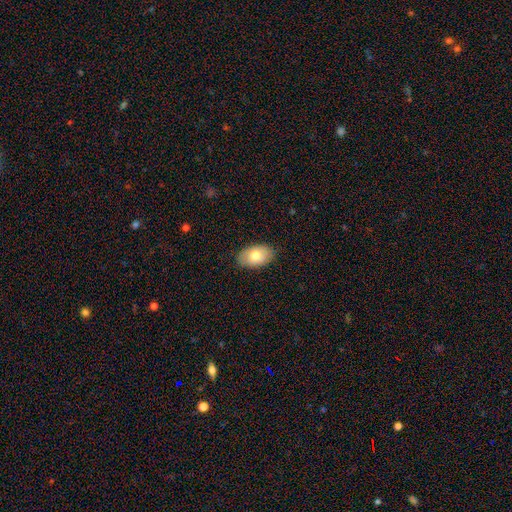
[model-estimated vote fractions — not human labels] smooth-or-featured: smooth: 75% | featured or disk: 19% | star or artifact: 7%
  how-rounded: in between: 92% | round: 7% | cigar-shaped: 1%
  merging: none: 86% | minor disturbance: 11% | major disturbance: 2% | merger: 1%